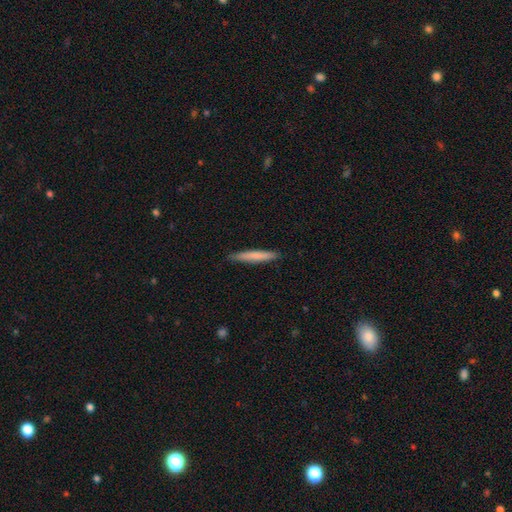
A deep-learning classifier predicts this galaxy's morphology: smooth_or_featured: smooth (p=0.73) [alt: featured or disk p=0.22]
how_rounded: cigar-shaped (p=0.96) [alt: in between p=0.03]
merging: none (p=0.89) [alt: minor disturbance p=0.08]